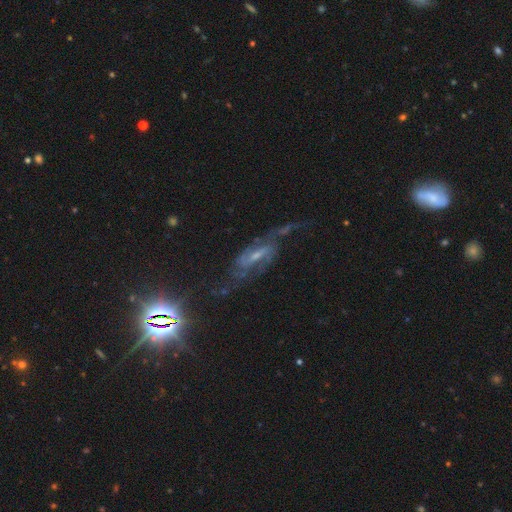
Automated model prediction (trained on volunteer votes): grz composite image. It shows a featured or disk galaxy (80%) with a weak bar (47%), 2 (83%) medium (45%) spiral arms (94%) and a small central bulge (57%). Merging: none (60%).